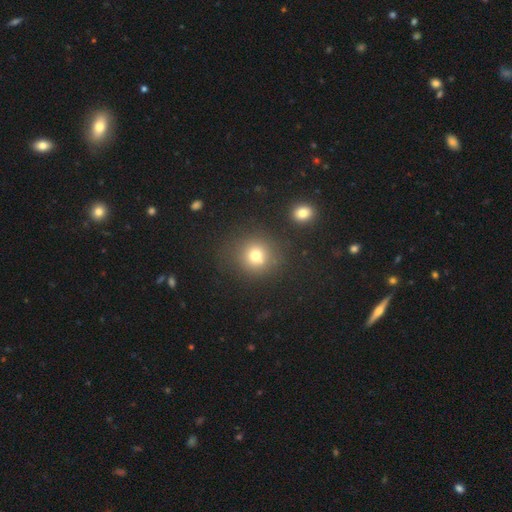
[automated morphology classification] Smooth or featured?
  - smooth: 73% *
  - star or artifact: 17%
  - featured or disk: 10%
How rounded?
  - round: 89% *
  - in between: 10%
  - cigar-shaped: 1%
Merging?
  - none: 74% *
  - merger: 11%
  - minor disturbance: 10%
  - major disturbance: 5%